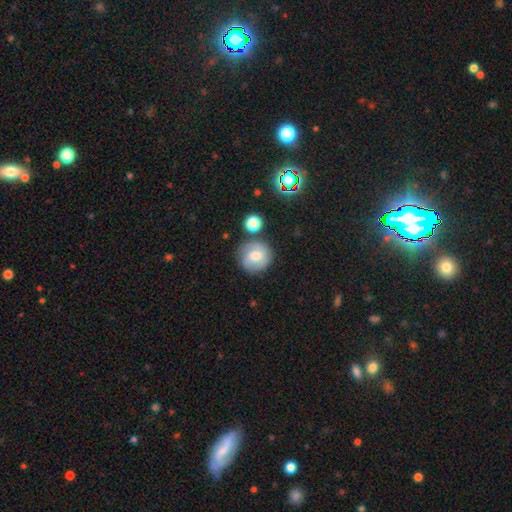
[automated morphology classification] smooth-or-featured: smooth: 62% | featured or disk: 28% | star or artifact: 10%
  how-rounded: round: 91% | in between: 8% | cigar-shaped: 1%
  merging: none: 74% | minor disturbance: 14% | merger: 7% | major disturbance: 4%